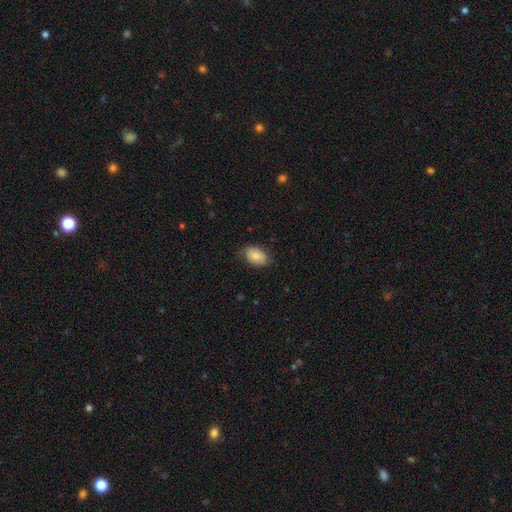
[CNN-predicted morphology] This appears to be a smooth galaxy with no disk features (81%) that is in between round and cigar-shaped (87%). Merging: none (75%).